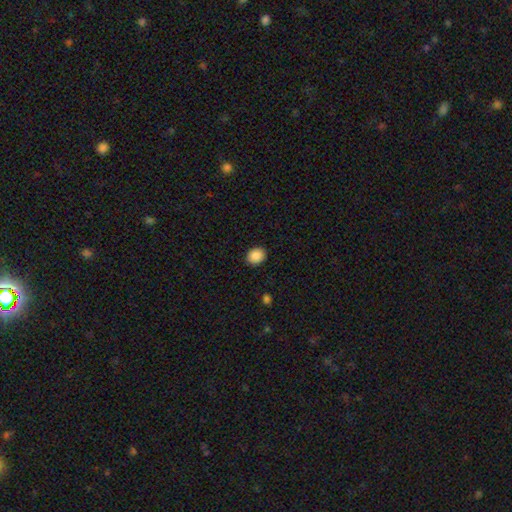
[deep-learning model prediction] Smooth or featured?
  - smooth: 89% *
  - star or artifact: 8%
  - featured or disk: 3%
How rounded?
  - round: 54% *
  - in between: 45%
  - cigar-shaped: 1%
Merging?
  - none: 90% *
  - minor disturbance: 7%
  - major disturbance: 2%
  - merger: 1%